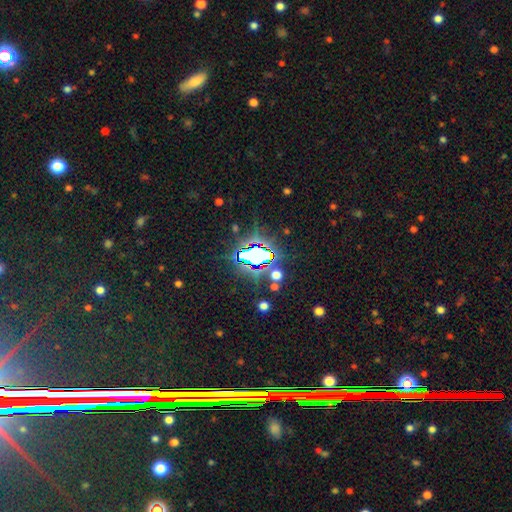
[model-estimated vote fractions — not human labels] Smooth or featured?
  - star or artifact: 67% *
  - smooth: 21%
  - featured or disk: 12%